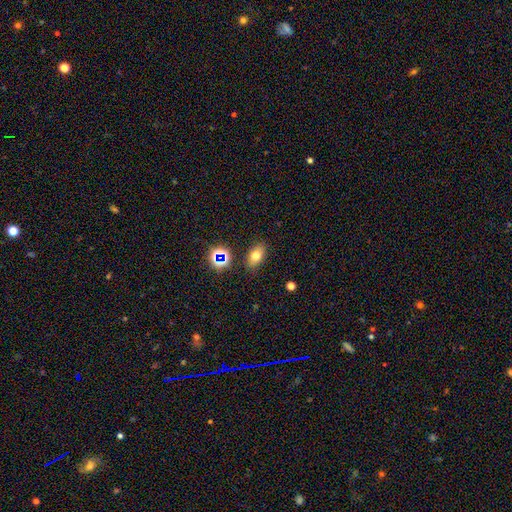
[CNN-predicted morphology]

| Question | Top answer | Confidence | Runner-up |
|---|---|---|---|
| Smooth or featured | smooth | 70% | star or artifact (16%) |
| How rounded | in between | 84% | round (12%) |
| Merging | none | 84% | minor disturbance (10%) |